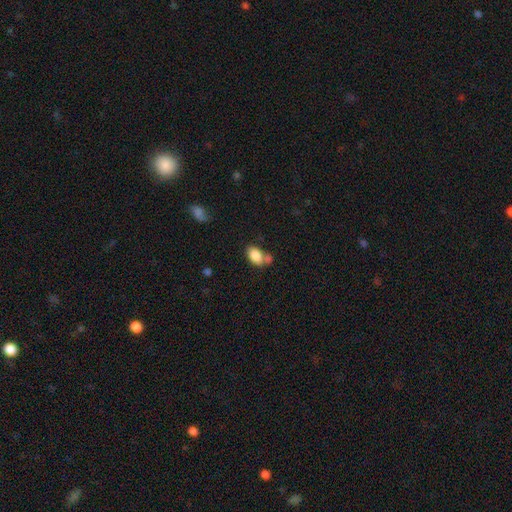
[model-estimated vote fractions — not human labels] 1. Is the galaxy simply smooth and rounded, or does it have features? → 85% smooth, 8% star or artifact, 7% featured or disk.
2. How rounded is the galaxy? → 87% in between, 12% round, 1% cigar-shaped.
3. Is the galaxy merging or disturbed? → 51% none, 28% merger, 16% minor disturbance, 5% major disturbance.